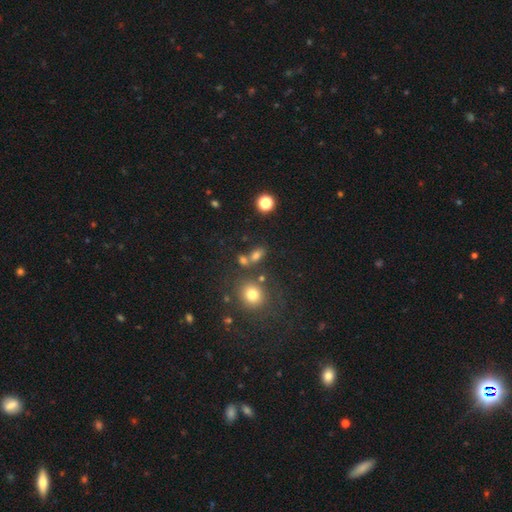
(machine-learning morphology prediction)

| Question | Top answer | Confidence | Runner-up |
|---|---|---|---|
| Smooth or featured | smooth | 71% | star or artifact (17%) |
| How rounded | in between | 71% | round (22%) |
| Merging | none | 60% | merger (22%) |